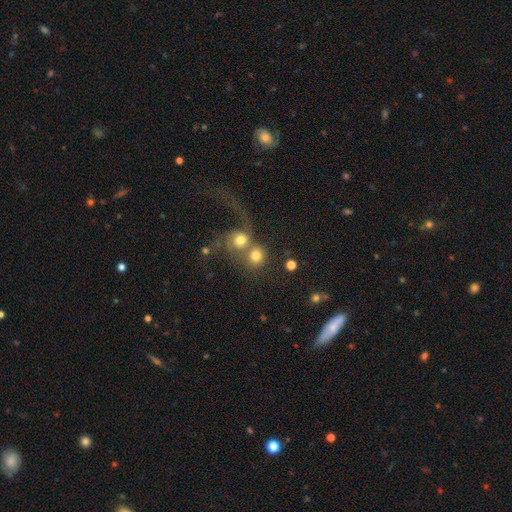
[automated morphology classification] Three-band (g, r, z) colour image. It shows a smooth galaxy with no disk features (72%) that is round (83%). Merging: merger (58%).